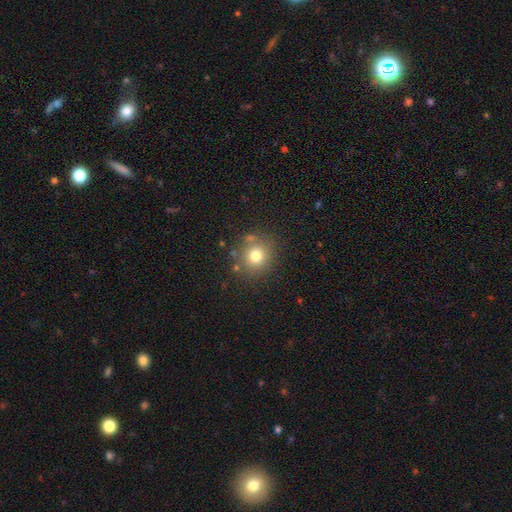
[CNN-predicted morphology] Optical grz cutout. It shows a smooth galaxy with no disk features (75%) that is round (89%). Merging: none (80%).